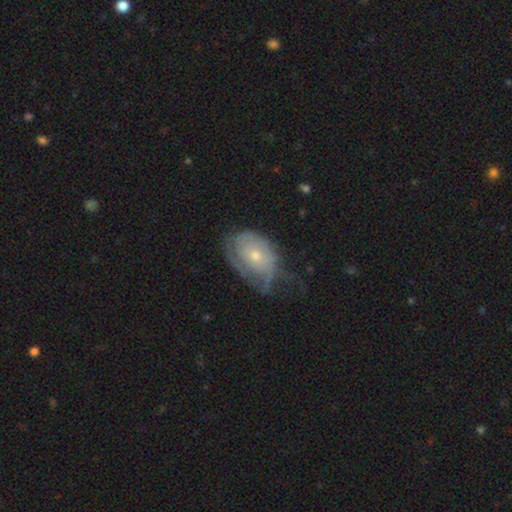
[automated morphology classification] A featured or disk galaxy (62%) with no bar (82%), spiral arms (74%) and a small central bulge (51%). Merging: none (40%).